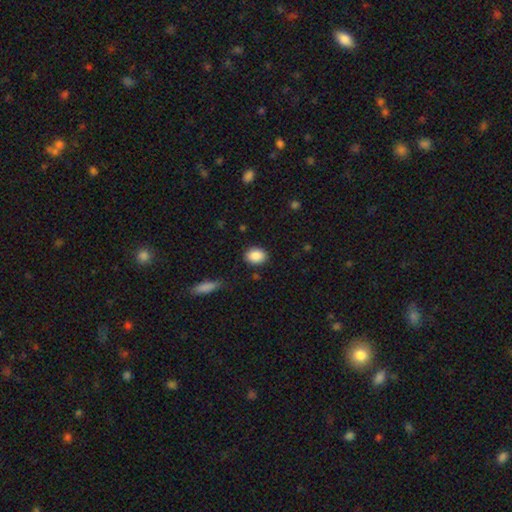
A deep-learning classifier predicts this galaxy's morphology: Smooth or featured? smooth (88%)
How rounded? in between (60%)
Merging? none (86%)